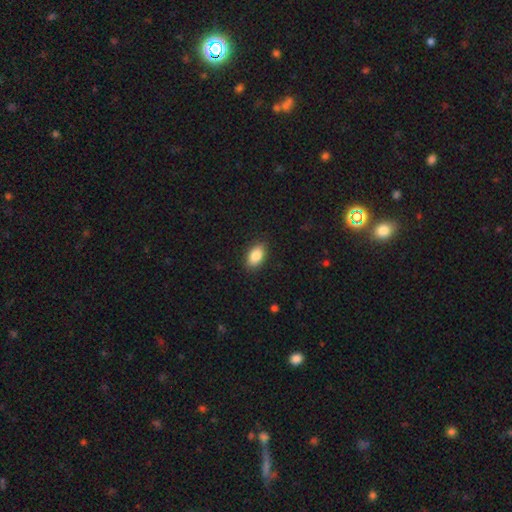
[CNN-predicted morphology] smooth 87%, star or artifact 7%, featured or disk 6%. Down the decision tree: how rounded — in between (91%); merging — none (89%).